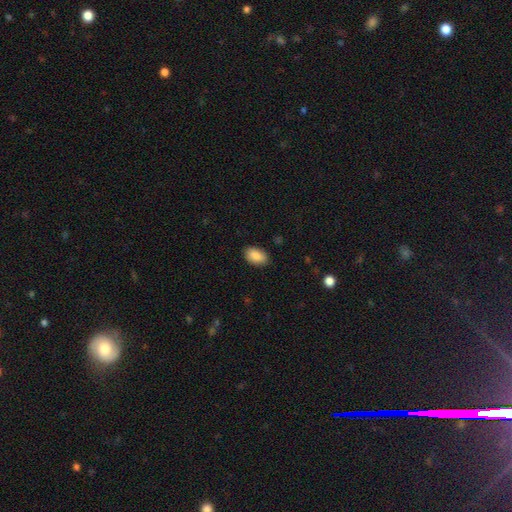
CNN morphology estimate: This is clearly a smooth galaxy (89%). How rounded: clearly in between (92%). Merging: clearly none (87%).